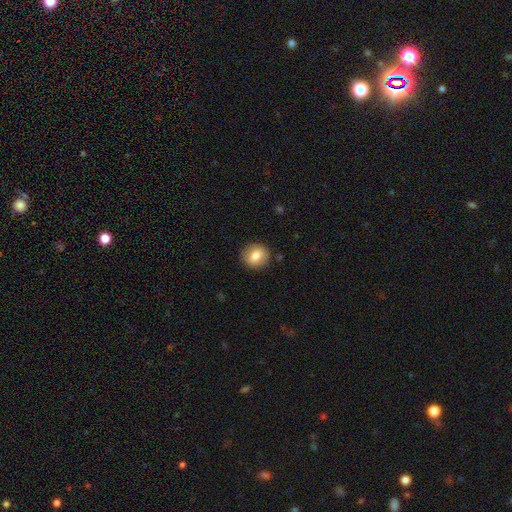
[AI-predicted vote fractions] Smooth or featured? smooth (80%)
How rounded? round (78%)
Merging? none (88%)